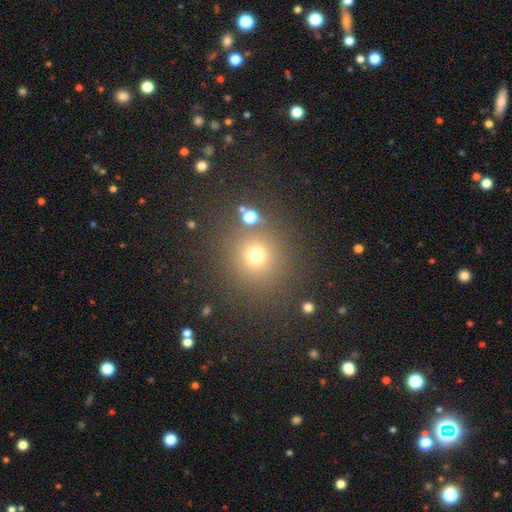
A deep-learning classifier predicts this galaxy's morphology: A smooth galaxy with no disk features (69%) that is round (92%).

Vote fractions:
- Smooth or featured? smooth: 69% / star or artifact: 23% / featured or disk: 8%
- How rounded? round: 92% / in between: 7% / cigar-shaped: 1%
- Merging? none: 81% / minor disturbance: 8% / merger: 6% / major disturbance: 5%